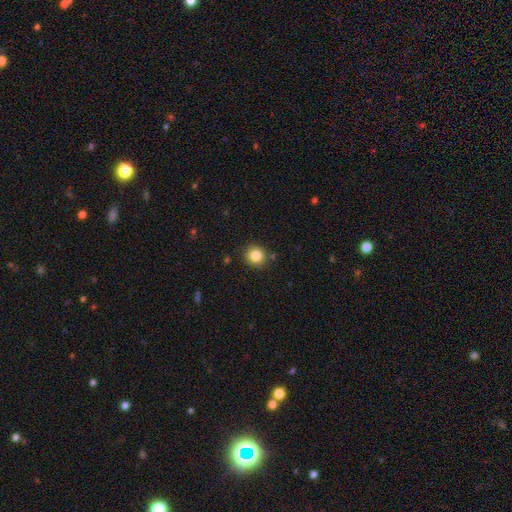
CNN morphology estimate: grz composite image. It shows a smooth galaxy with no disk features (84%) that is round (90%). Merging: none (87%).